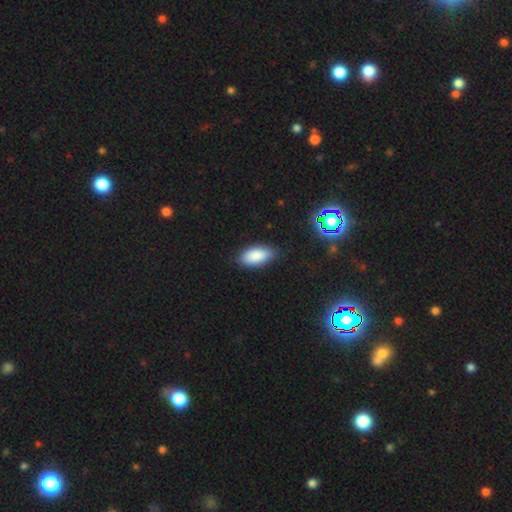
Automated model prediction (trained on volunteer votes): A smooth galaxy with no disk features (87%) that is in between round and cigar-shaped (92%). Merging: none (83%).